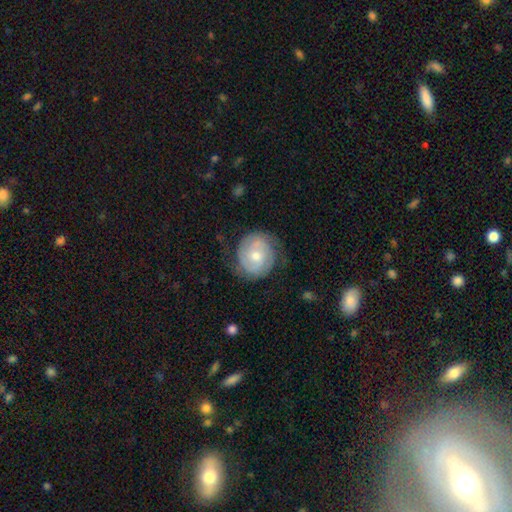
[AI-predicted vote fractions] The model was most divided on "spiral winding": tight: 59%, medium: 32%, loose: 9%. More confident: edge-on disk — no (98%); spiral arms — yes (90%); merging — none (71%); spiral arm count — 2 (70%); smooth or featured — featured or disk (70%); bulge size — moderate (63%); bar — no (62%).